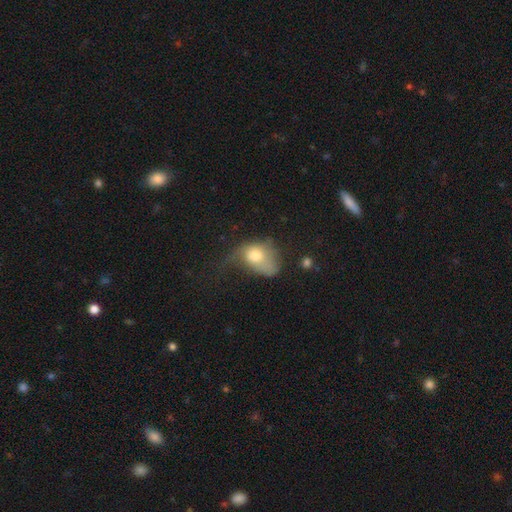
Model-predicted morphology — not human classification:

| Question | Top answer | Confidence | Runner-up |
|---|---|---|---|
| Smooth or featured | smooth | 67% | featured or disk (24%) |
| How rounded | in between | 66% | round (32%) |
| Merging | major disturbance | 48% | minor disturbance (28%) |